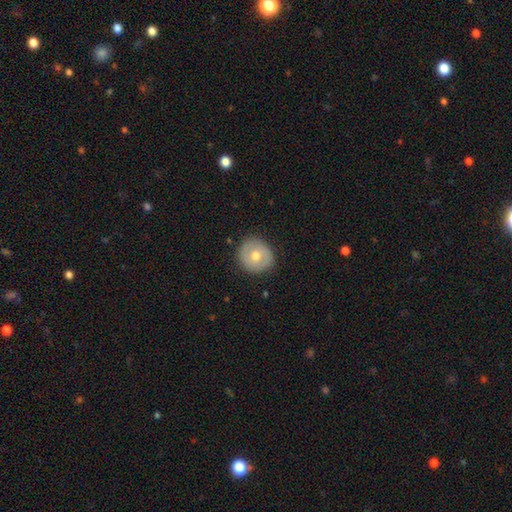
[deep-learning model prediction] Smooth or featured?
  - smooth: 60% *
  - featured or disk: 33%
  - star or artifact: 7%
How rounded?
  - round: 89% *
  - in between: 10%
  - cigar-shaped: 1%
Merging?
  - none: 88% *
  - minor disturbance: 9%
  - major disturbance: 2%
  - merger: 1%